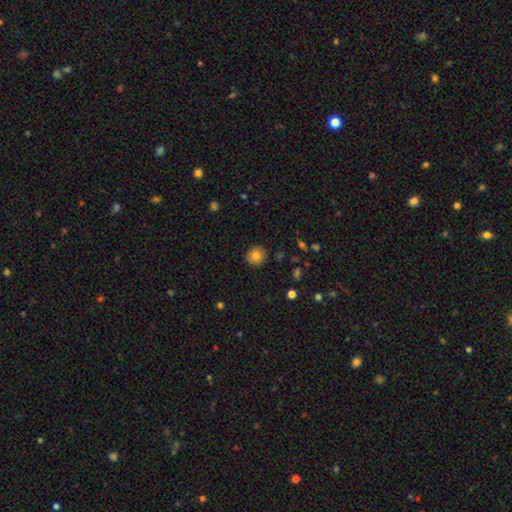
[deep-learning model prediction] smooth-or-featured: smooth: 81% | star or artifact: 10% | featured or disk: 9%
  how-rounded: round: 91% | in between: 8% | cigar-shaped: 1%
  merging: none: 90% | minor disturbance: 7% | major disturbance: 2% | merger: 1%